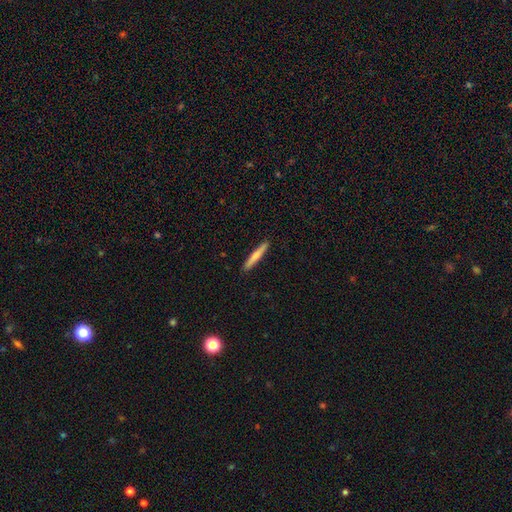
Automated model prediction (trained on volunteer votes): Smooth or featured? Predicted: smooth (p=0.69). How rounded? Predicted: cigar-shaped (p=0.95). Merging? Predicted: none (p=0.91).